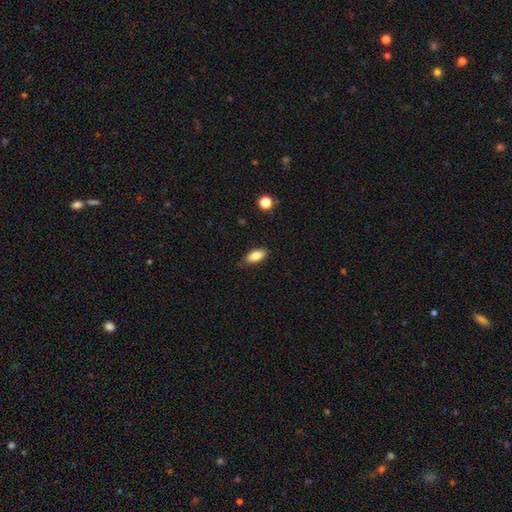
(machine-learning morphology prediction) Overall: smooth (84%). How rounded: in between (87%). Merging: none (81%).